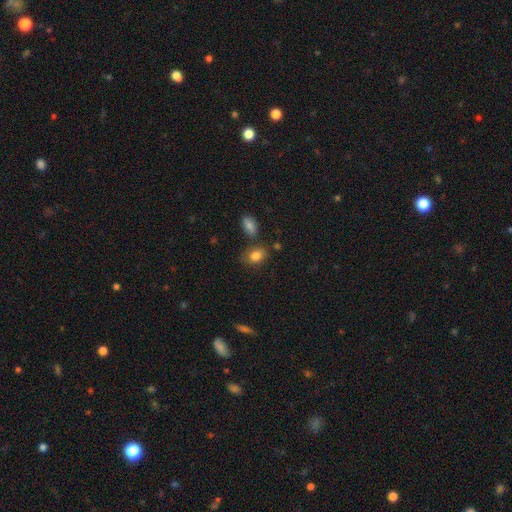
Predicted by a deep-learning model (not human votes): Morphology: type=smooth (84%); roundness=in between (77%); merging=none (69%).